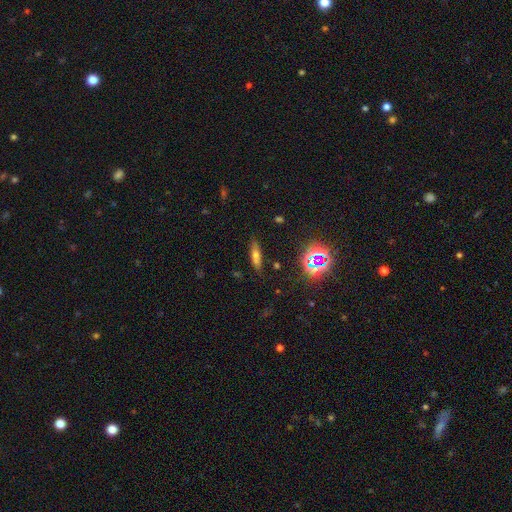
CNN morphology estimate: Overall: smooth (52%; featured or disk 29%). How rounded: cigar-shaped (63%; in between 33%). Merging: none (81%).